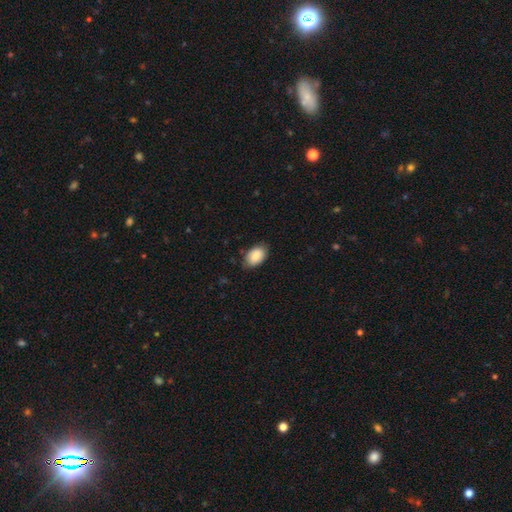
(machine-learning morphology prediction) smooth 87%, featured or disk 7%, star or artifact 6%. Down the decision tree: how rounded — in between (89%); merging — none (78%).